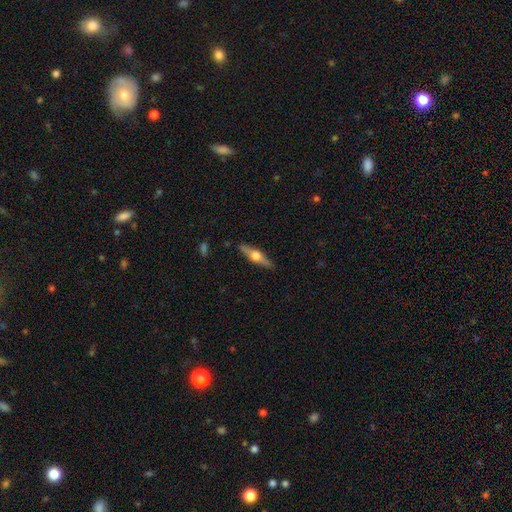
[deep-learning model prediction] smooth_or_featured: featured or disk (p=0.63) [alt: smooth p=0.32]
disk_edge_on: yes (p=0.95) [alt: no p=0.05]
edge_on_bulge: rounded (p=0.94) [alt: boxy p=0.04]
merging: none (p=0.87) [alt: minor disturbance p=0.09]